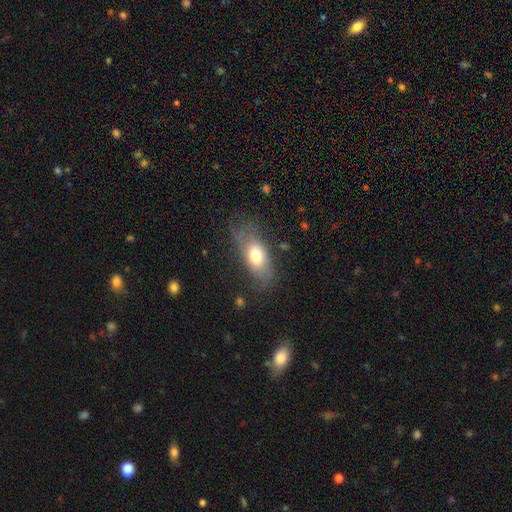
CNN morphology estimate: This appears to be a smooth galaxy with no disk features (62%) that is in between round and cigar-shaped (84%). Merging: none (58%).